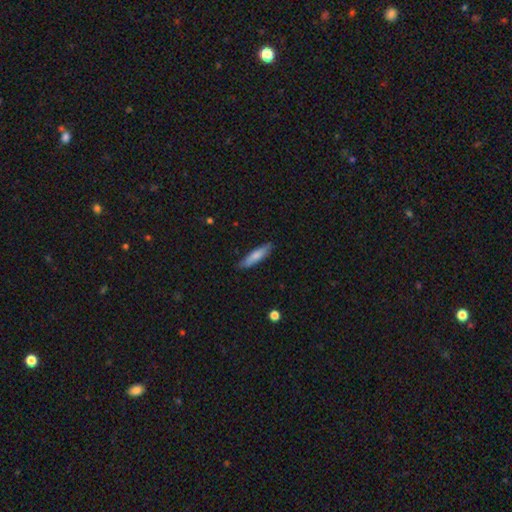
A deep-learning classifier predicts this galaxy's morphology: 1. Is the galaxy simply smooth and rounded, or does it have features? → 74% smooth, 20% featured or disk, 5% star or artifact.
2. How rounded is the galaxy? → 79% cigar-shaped, 19% in between, 1% round.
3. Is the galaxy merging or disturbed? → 87% none, 10% minor disturbance, 2% major disturbance, 1% merger.